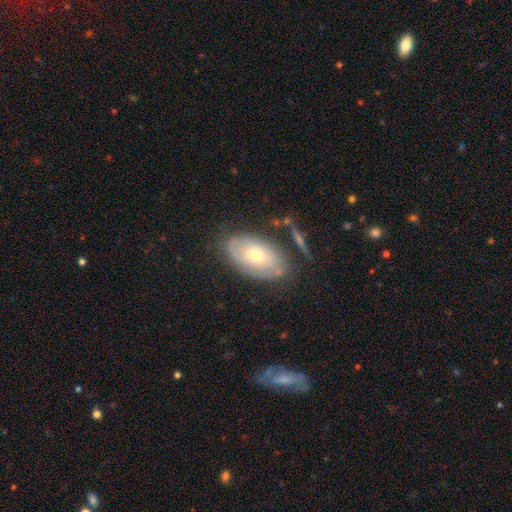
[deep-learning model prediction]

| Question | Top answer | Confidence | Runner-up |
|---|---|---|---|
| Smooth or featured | smooth | 50% | featured or disk (43%) |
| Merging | none | 71% | minor disturbance (18%) |